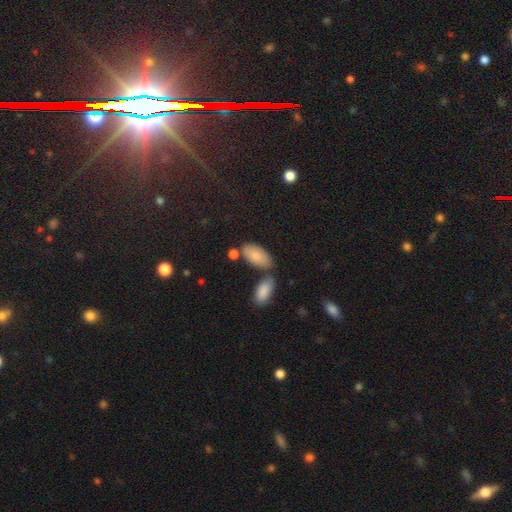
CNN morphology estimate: Smooth or featured: smooth — 83% (featured or disk — 11%)
How rounded: in between — 93% (cigar-shaped — 5%)
Merging: none — 59% (merger — 20%)